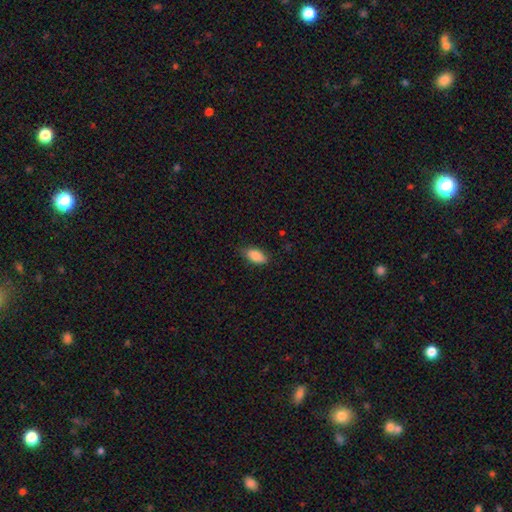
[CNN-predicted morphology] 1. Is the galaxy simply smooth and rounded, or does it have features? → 86% smooth, 7% featured or disk, 7% star or artifact.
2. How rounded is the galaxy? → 90% in between, 7% cigar-shaped, 3% round.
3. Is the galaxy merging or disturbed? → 75% none, 21% minor disturbance, 4% major disturbance, 1% merger.